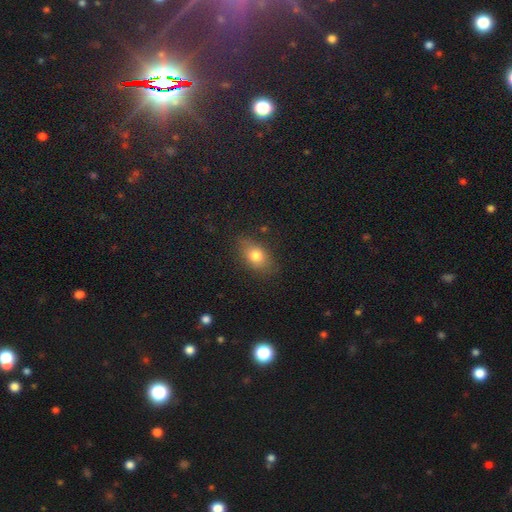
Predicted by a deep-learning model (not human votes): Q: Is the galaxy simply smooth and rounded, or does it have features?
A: smooth — 77%.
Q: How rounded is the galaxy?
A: in between — 75%.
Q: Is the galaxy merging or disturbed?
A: none — 78%.